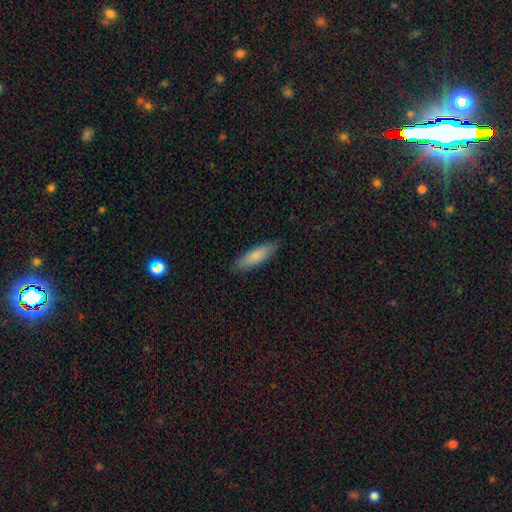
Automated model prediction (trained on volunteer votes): This appears to be a smooth galaxy with no disk features (83%) that is cigar-shaped (55%). Merging: none (86%).